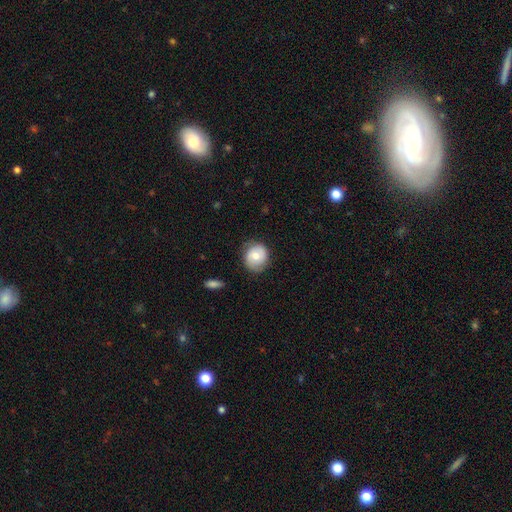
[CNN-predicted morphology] This is possibly a smooth galaxy (56%). How rounded: likely round (80%). Merging: likely none (76%).